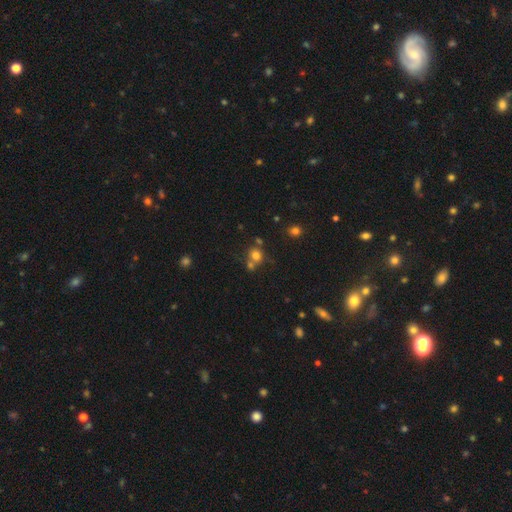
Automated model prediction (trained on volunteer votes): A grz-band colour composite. It shows a smooth galaxy with no disk features (74%) that is round (79%). Merging: none (52%).